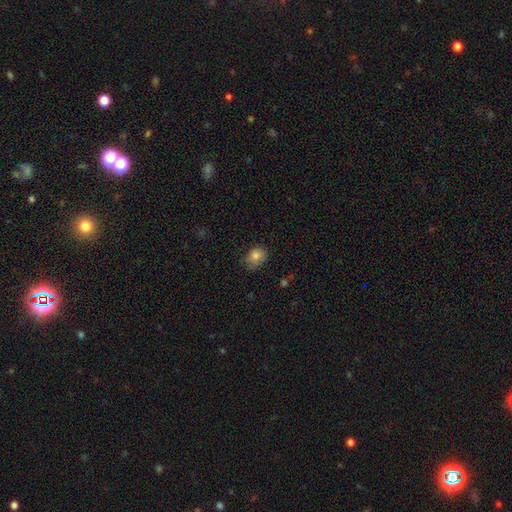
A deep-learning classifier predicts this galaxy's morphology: Smooth or featured? smooth (82%)
How rounded? in between (50%)
Merging? none (64%)